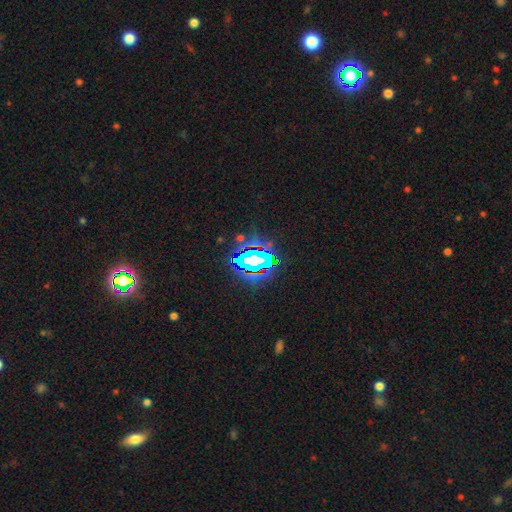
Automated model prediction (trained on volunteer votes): Overall: star or artifact (67%).